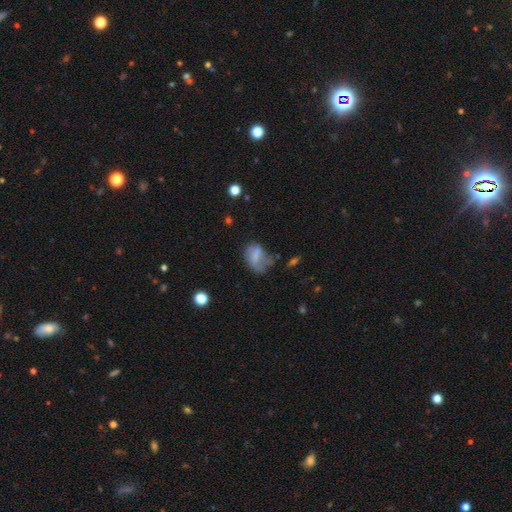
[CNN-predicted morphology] smooth-or-featured: smooth: 60% | featured or disk: 28% | star or artifact: 12%
  how-rounded: in between: 79% | round: 18% | cigar-shaped: 4%
  merging: none: 33% | major disturbance: 32% | minor disturbance: 29% | merger: 6%